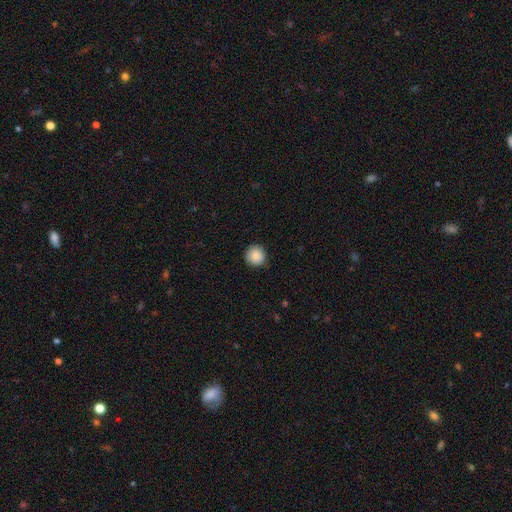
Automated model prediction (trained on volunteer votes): Smooth or featured: smooth — 88% (star or artifact — 8%)
How rounded: round — 94% (in between — 5%)
Merging: none — 87% (minor disturbance — 10%)